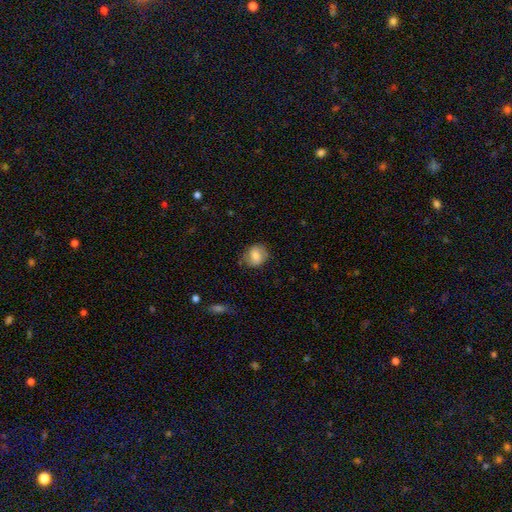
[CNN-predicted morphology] Smooth or featured? smooth (67%)
How rounded? round (67%)
Merging? none (71%)